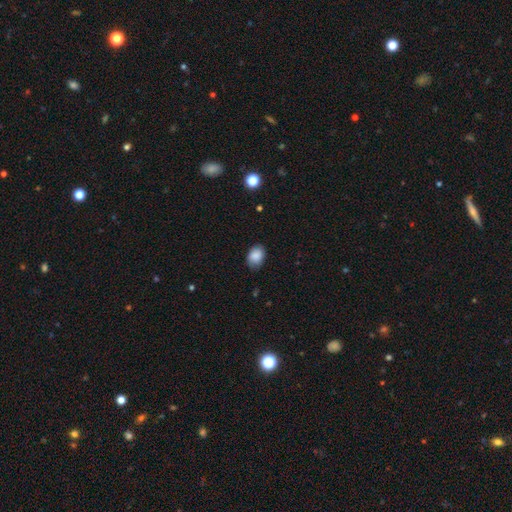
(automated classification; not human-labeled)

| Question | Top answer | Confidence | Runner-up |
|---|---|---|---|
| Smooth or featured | smooth | 87% | star or artifact (7%) |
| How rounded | in between | 74% | round (25%) |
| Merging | none | 77% | minor disturbance (19%) |